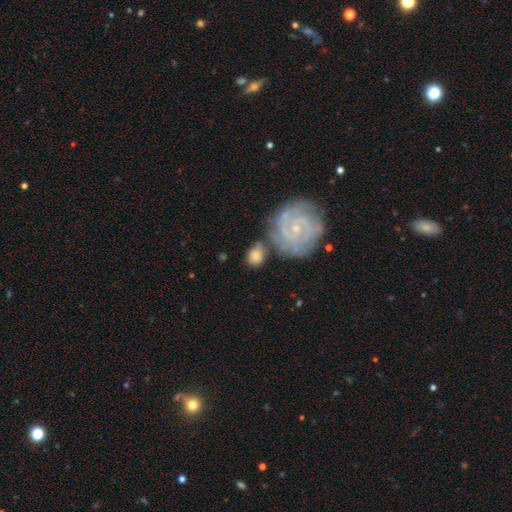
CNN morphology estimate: type=featured or disk (47%); merging=none (56%).